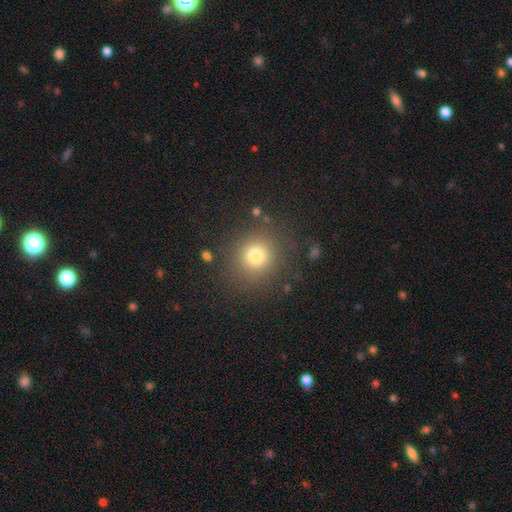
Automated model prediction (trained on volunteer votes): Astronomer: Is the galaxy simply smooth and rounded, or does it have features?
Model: smooth — 76%.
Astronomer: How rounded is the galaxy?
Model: round — 90%.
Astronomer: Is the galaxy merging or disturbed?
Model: none — 85%.